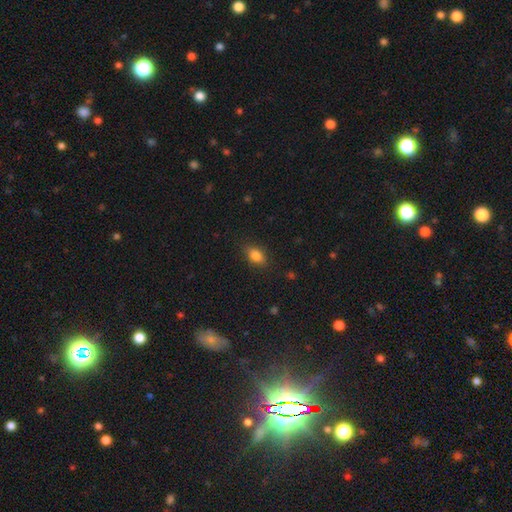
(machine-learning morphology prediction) A smooth galaxy with no disk features (84%) that is in between round and cigar-shaped (79%).

Vote fractions:
- Smooth or featured? smooth: 84% / star or artifact: 10% / featured or disk: 7%
- How rounded? in between: 79% / round: 18% / cigar-shaped: 3%
- Merging? none: 84% / minor disturbance: 12% / major disturbance: 3% / merger: 1%